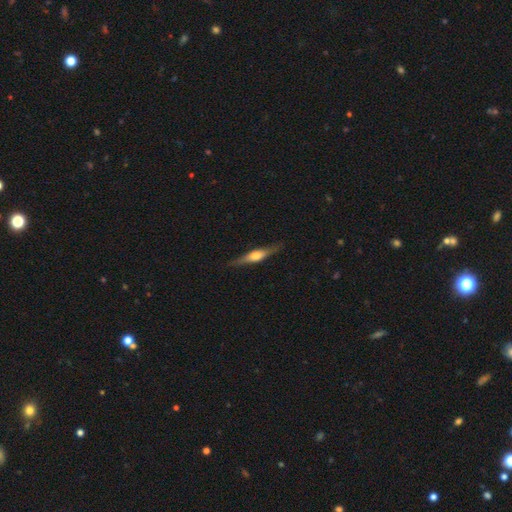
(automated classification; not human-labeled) This appears to be a featured or disk galaxy (64%) viewed edge-on (96%) with a rounded central bulge (84%). Merging: none (86%).